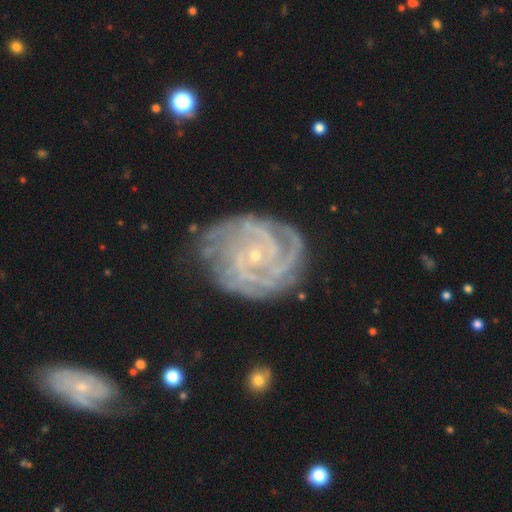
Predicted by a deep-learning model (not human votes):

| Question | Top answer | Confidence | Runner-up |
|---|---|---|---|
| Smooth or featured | featured or disk | 91% | star or artifact (5%) |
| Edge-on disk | no | 98% | yes (2%) |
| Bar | no | 71% | weak (21%) |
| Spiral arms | yes | 98% | no (2%) |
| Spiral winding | tight | 76% | medium (21%) |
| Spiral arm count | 4 | 25% | 3 (22%) |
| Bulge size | small | 88% | moderate (8%) |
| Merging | none | 72% | minor disturbance (19%) |